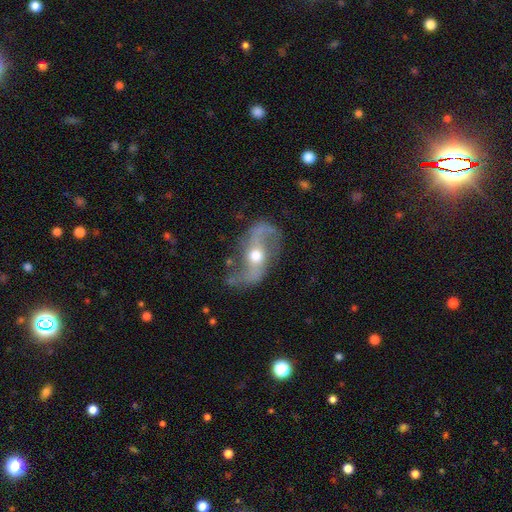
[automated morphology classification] Smooth or featured? Predicted: featured or disk (p=0.88). Edge-on disk? Predicted: no (p=0.95). Bar? Predicted: no (p=0.42). Spiral arms? Predicted: yes (p=0.93). Spiral winding? Predicted: loose (p=0.72). Spiral arm count? Predicted: 2 (p=0.93). Bulge size? Predicted: moderate (p=0.74). Merging? Predicted: none (p=0.70).